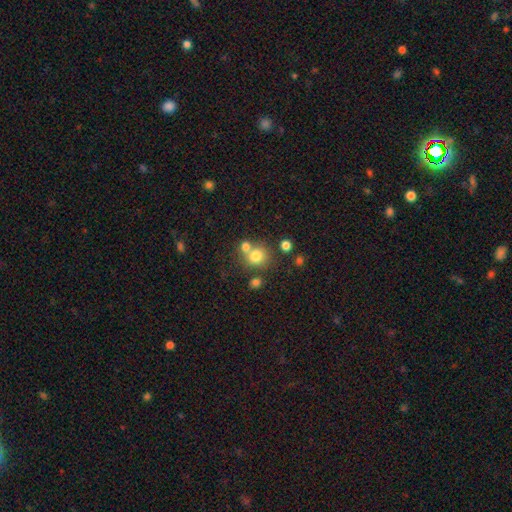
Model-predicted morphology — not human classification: This appears to be a smooth galaxy with no disk features (76%) that is round (84%). Merging: none (55%).